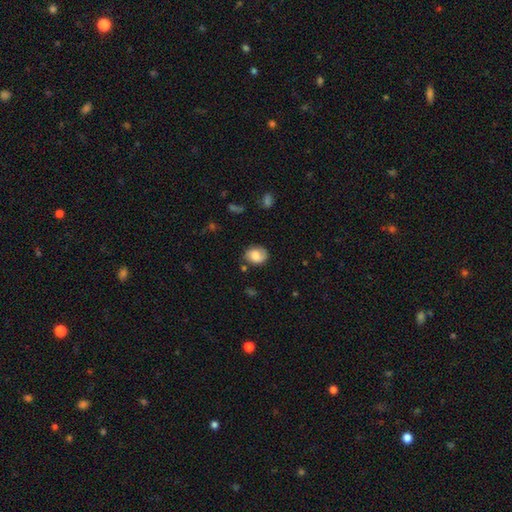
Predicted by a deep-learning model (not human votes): Smooth or featured: smooth — 71% (featured or disk — 21%)
How rounded: in between — 50% (round — 49%)
Merging: none — 72% (minor disturbance — 20%)